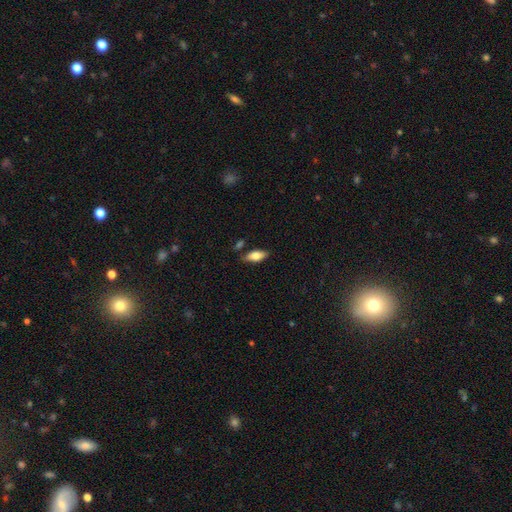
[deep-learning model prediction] A smooth galaxy with no disk features (74%) that is in between round and cigar-shaped (81%). Merging: none (80%).